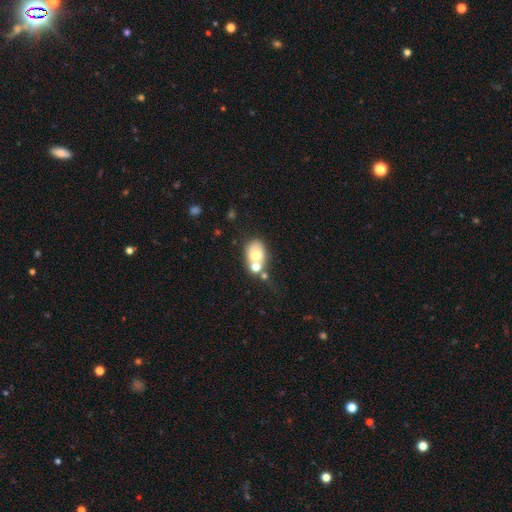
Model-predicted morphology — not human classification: This appears to be a smooth galaxy with no disk features (62%) that is in between round and cigar-shaped (67%). Merging: merger (49%).